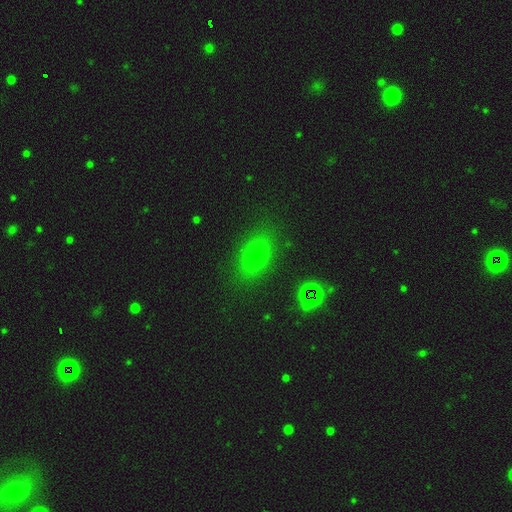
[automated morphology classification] smooth_or_featured: smooth (p=0.71) [alt: star or artifact p=0.17]
how_rounded: in between (p=0.73) [alt: round p=0.24]
merging: none (p=0.84) [alt: minor disturbance p=0.10]